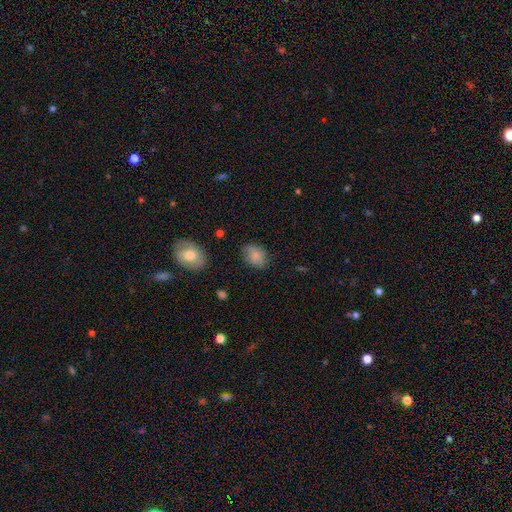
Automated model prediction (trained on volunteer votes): A smooth galaxy with no disk features (79%) that is in between round and cigar-shaped (67%).

Vote fractions:
- Smooth or featured? smooth: 79% / featured or disk: 12% / star or artifact: 8%
- How rounded? in between: 67% / round: 32% / cigar-shaped: 1%
- Merging? none: 76% / minor disturbance: 18% / major disturbance: 5% / merger: 2%